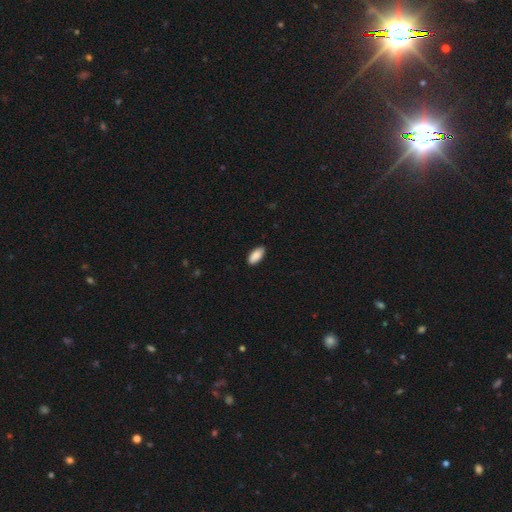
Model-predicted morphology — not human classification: A smooth galaxy with no disk features (90%) that is in between round and cigar-shaped (92%).

Vote fractions:
- Smooth or featured? smooth: 90% / star or artifact: 6% / featured or disk: 4%
- How rounded? in between: 92% / cigar-shaped: 6% / round: 2%
- Merging? none: 87% / minor disturbance: 10% / major disturbance: 2% / merger: 1%